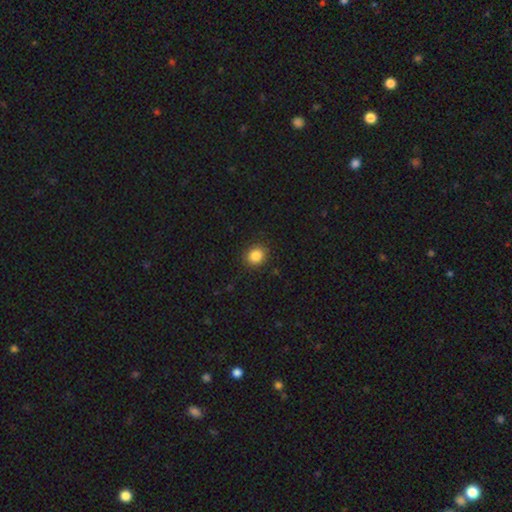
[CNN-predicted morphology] smooth_or_featured: smooth (p=0.86) [alt: star or artifact p=0.10]
how_rounded: round (p=0.72) [alt: in between p=0.27]
merging: none (p=0.89) [alt: minor disturbance p=0.08]